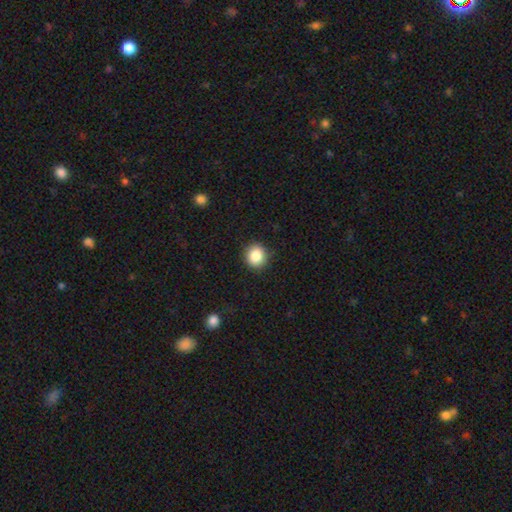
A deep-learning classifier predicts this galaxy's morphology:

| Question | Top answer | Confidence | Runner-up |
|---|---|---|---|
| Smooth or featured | smooth | 86% | star or artifact (9%) |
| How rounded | round | 85% | in between (14%) |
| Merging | none | 90% | minor disturbance (7%) |